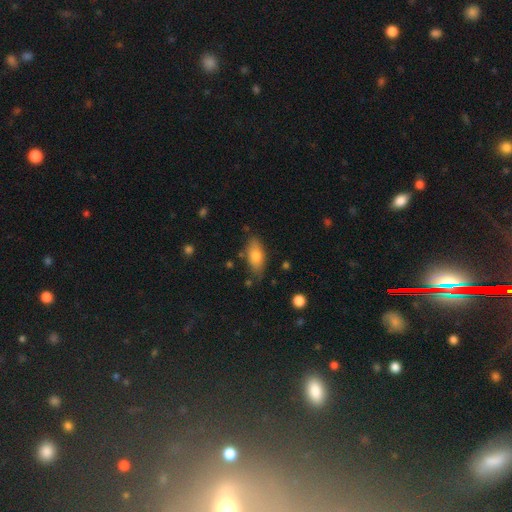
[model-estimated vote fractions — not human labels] This is likely a smooth galaxy (74%). How rounded: clearly in between (84%). Merging: likely none (76%).